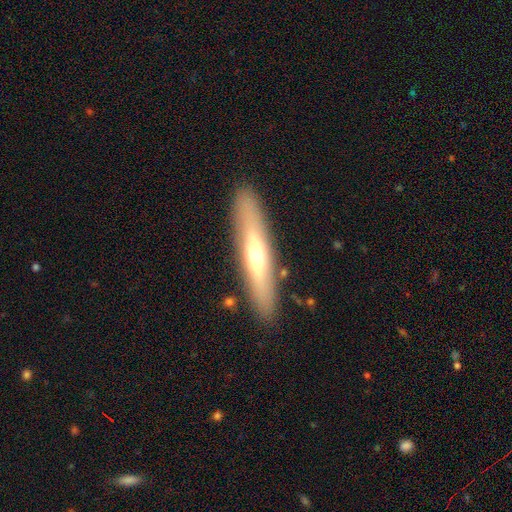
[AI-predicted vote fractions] A featured or disk galaxy (53%) viewed edge-on (79%).

Vote fractions:
- Smooth or featured? featured or disk: 53% / smooth: 41% / star or artifact: 6%
- Edge-on disk? yes: 79% / no: 21%
- Merging? none: 87% / minor disturbance: 9% / major disturbance: 2% / merger: 2%